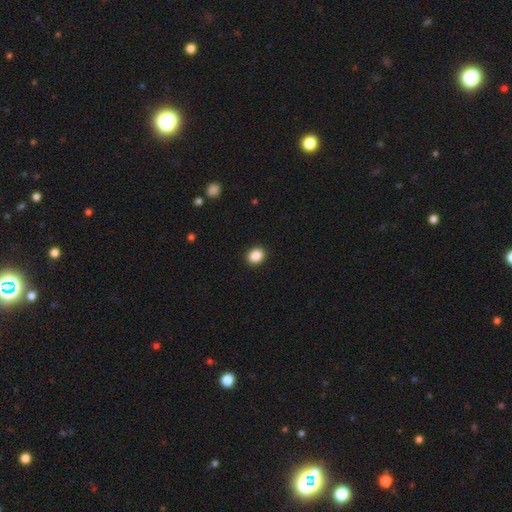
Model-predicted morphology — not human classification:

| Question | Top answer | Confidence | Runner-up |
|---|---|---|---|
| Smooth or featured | smooth | 88% | star or artifact (9%) |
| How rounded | in between | 50% | round (49%) |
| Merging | none | 91% | minor disturbance (6%) |